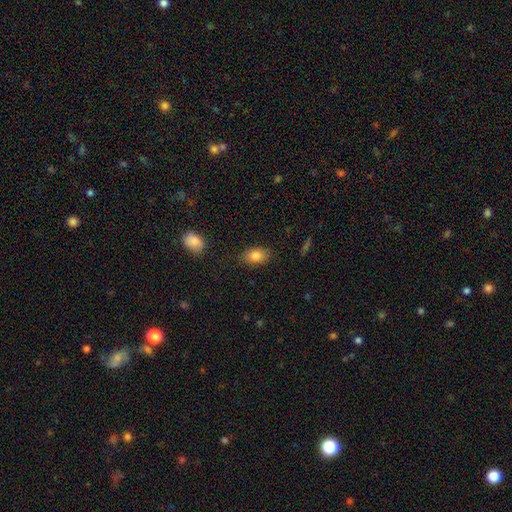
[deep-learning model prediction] Overall: smooth (83%). How rounded: in between (86%). Merging: none (83%).